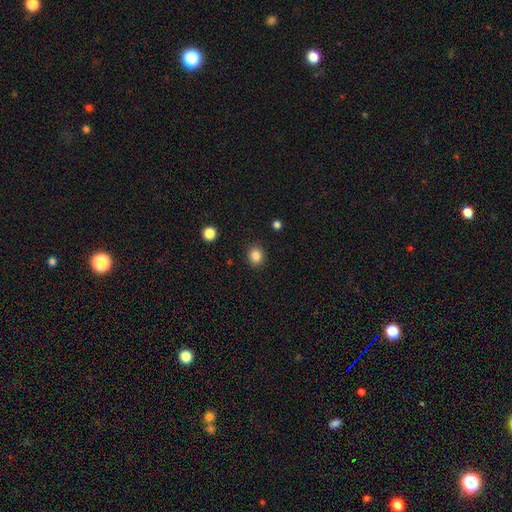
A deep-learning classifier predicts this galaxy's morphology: Smooth or featured?
  - smooth: 85% *
  - star or artifact: 11%
  - featured or disk: 5%
How rounded?
  - round: 75% *
  - in between: 24%
  - cigar-shaped: 1%
Merging?
  - none: 90% *
  - minor disturbance: 7%
  - major disturbance: 2%
  - merger: 1%